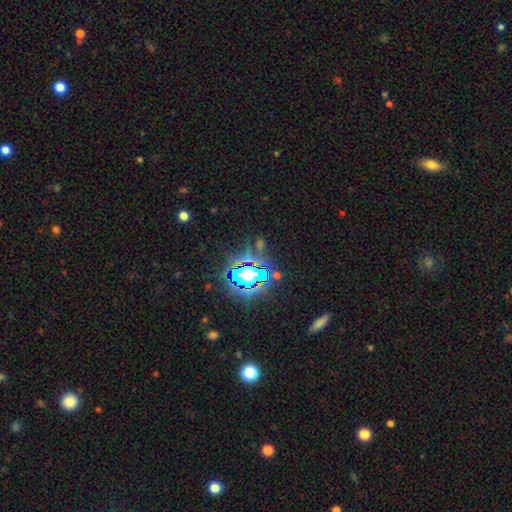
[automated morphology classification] A star or artifact, not a galaxy (81%).